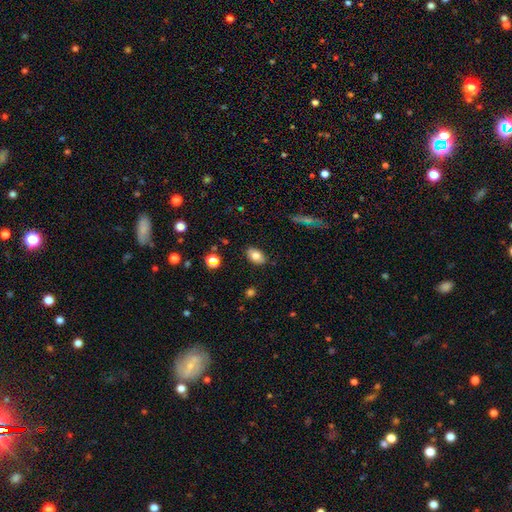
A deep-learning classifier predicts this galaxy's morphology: smooth_or_featured: smooth (p=0.78) [alt: featured or disk p=0.14]
how_rounded: in between (p=0.89) [alt: round p=0.09]
merging: none (p=0.86) [alt: minor disturbance p=0.11]